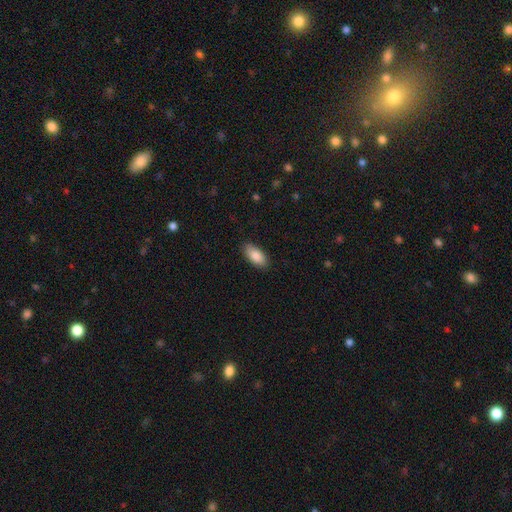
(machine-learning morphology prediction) Overall: smooth (86%). How rounded: in between (91%). Merging: none (87%).